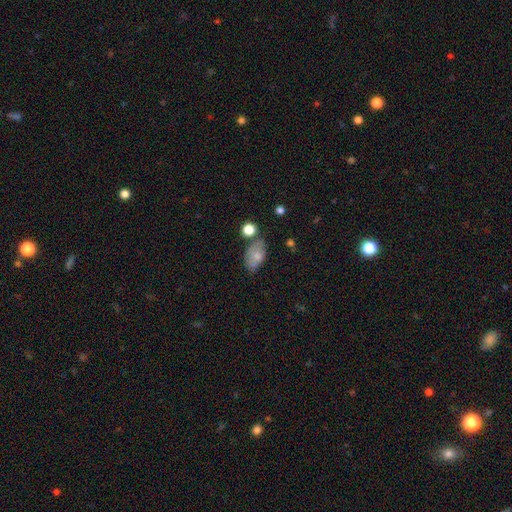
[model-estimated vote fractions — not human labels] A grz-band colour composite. It shows a smooth galaxy with no disk features (74%) that is in between round and cigar-shaped (90%). Merging: none (57%).